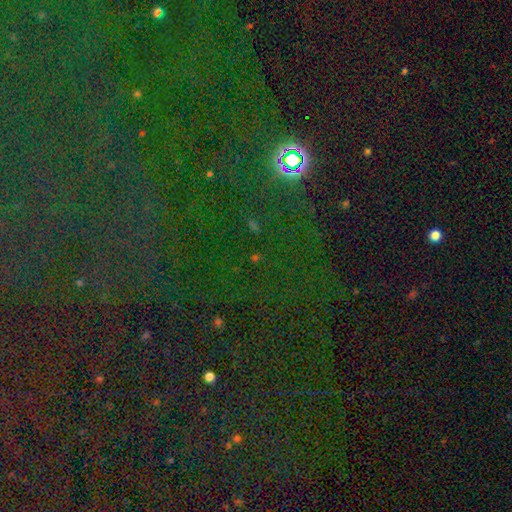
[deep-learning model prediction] A star or artifact, not a galaxy (81%).

Vote fractions:
- Smooth or featured? star or artifact: 81% / smooth: 12% / featured or disk: 7%